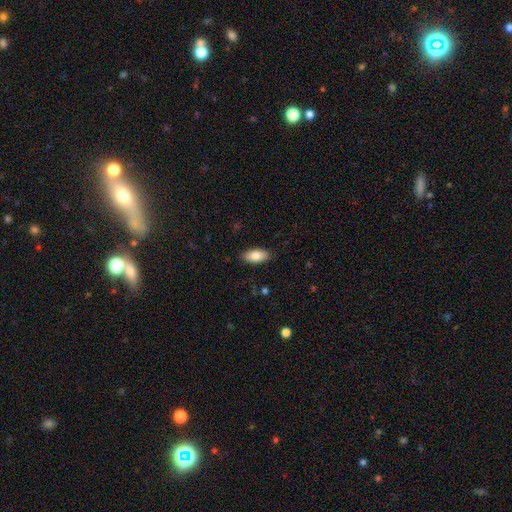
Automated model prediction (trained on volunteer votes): A smooth galaxy with no disk features (85%) that is in between round and cigar-shaped (93%). Merging: none (88%).